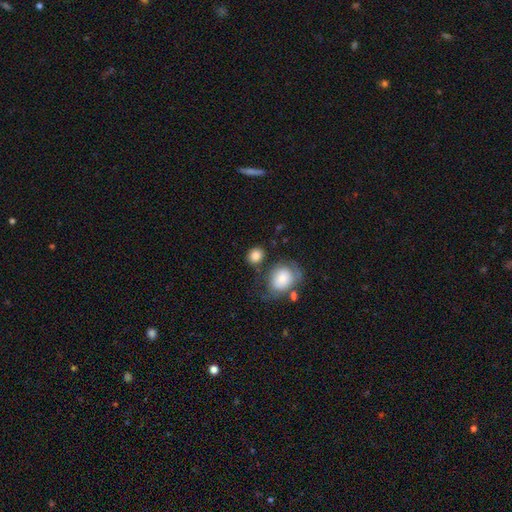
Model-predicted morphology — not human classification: type=smooth (84%); roundness=round (65%); merging=none (68%).